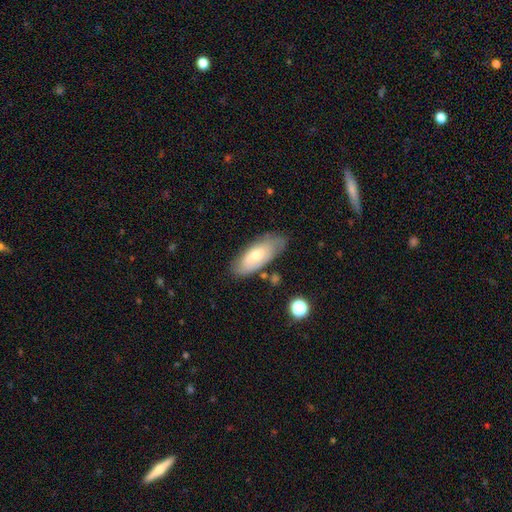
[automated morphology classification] This is possibly a smooth galaxy (58%). How rounded: clearly in between (81%). Merging: likely none (72%).